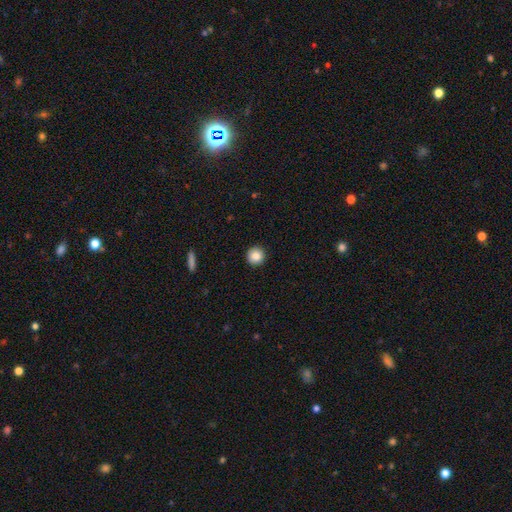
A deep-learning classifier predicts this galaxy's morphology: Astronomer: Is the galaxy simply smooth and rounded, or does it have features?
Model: smooth — 85%.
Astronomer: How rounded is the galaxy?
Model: round — 96%.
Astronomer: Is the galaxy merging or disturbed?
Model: none — 93%.